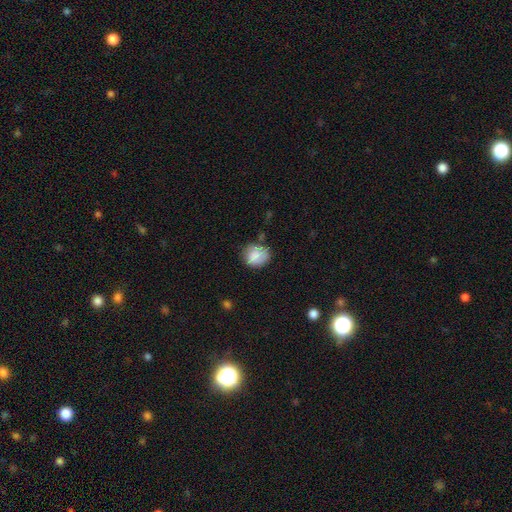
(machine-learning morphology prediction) Q: Smooth or featured?
A: smooth (80%); runner-up: featured or disk (12%)
Q: How rounded?
A: round (66%); runner-up: in between (34%)
Q: Merging?
A: none (64%); runner-up: minor disturbance (25%)